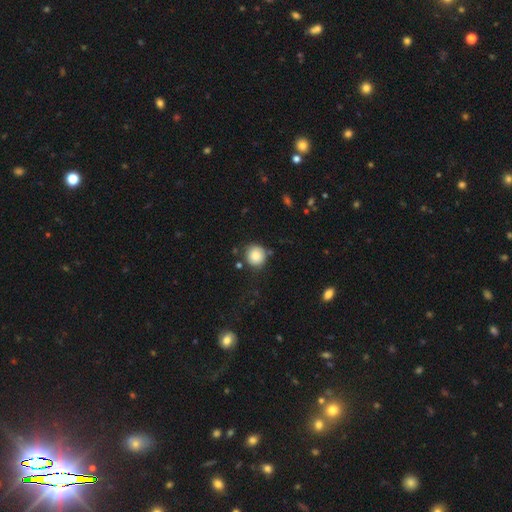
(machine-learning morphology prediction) A smooth galaxy with no disk features (84%) that is round (93%).

Vote fractions:
- Smooth or featured? smooth: 84% / star or artifact: 9% / featured or disk: 7%
- How rounded? round: 93% / in between: 6% / cigar-shaped: 1%
- Merging? none: 80% / minor disturbance: 12% / merger: 4% / major disturbance: 4%